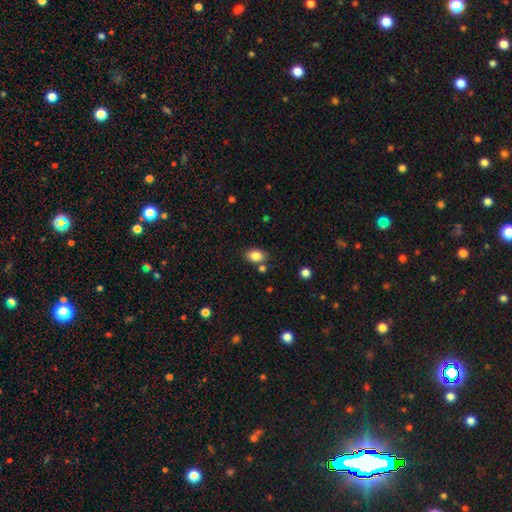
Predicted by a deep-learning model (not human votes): A smooth galaxy with no disk features (85%) that is in between round and cigar-shaped (80%). Merging: none (76%).